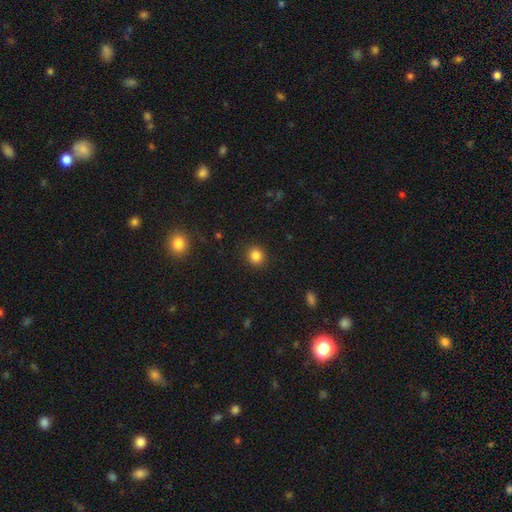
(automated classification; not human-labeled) Q: Smooth or featured?
A: smooth (84%); runner-up: star or artifact (11%)
Q: How rounded?
A: round (84%); runner-up: in between (15%)
Q: Merging?
A: none (90%); runner-up: minor disturbance (6%)